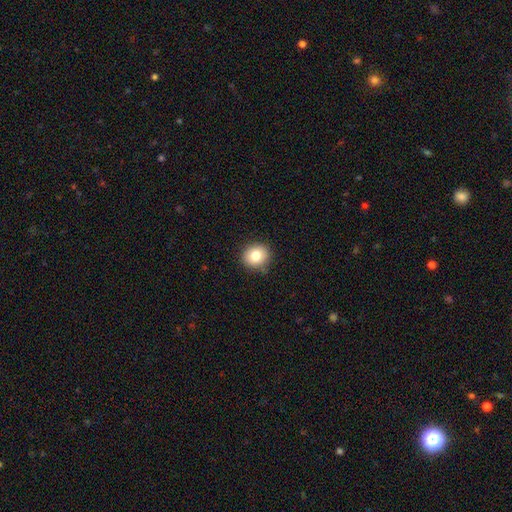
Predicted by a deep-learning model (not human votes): This appears to be a smooth galaxy with no disk features (81%) that is round (82%). Merging: none (87%).